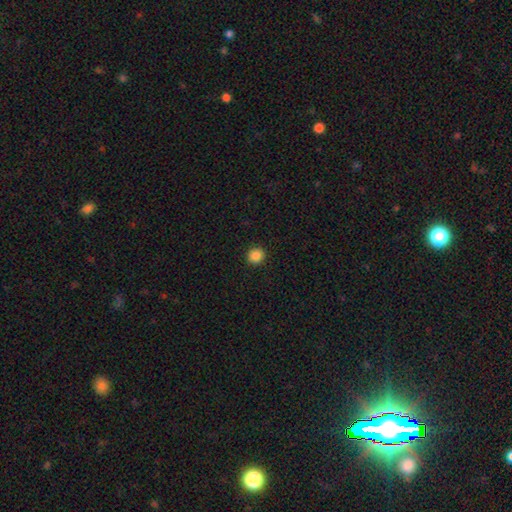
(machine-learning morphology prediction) smooth-or-featured: smooth: 86% | star or artifact: 10% | featured or disk: 3%
  how-rounded: round: 91% | in between: 8% | cigar-shaped: 1%
  merging: none: 93% | minor disturbance: 5% | major disturbance: 2% | merger: 1%